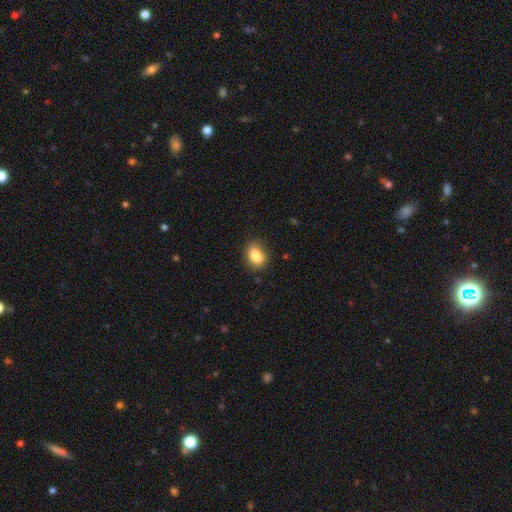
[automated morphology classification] This appears to be a smooth galaxy with no disk features (85%) that is in between round and cigar-shaped (76%). Merging: none (81%).